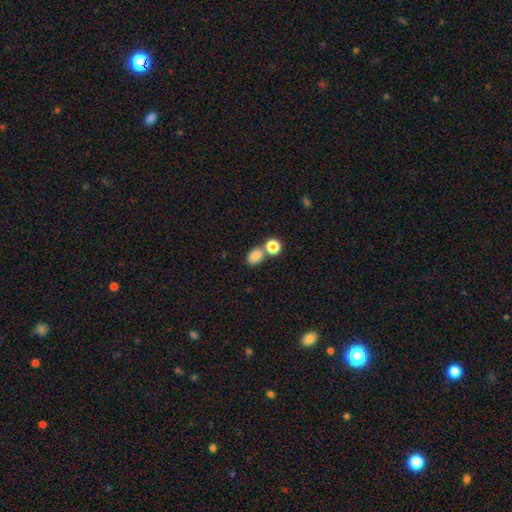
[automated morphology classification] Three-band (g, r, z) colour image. It shows a smooth galaxy with no disk features (83%) that is in between round and cigar-shaped (68%). Merging: none (52%).